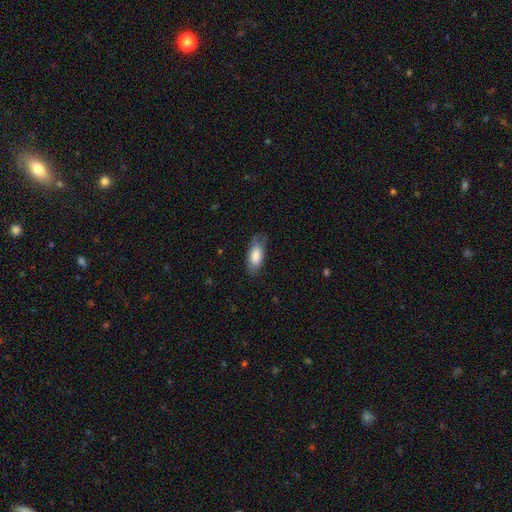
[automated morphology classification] Overall: smooth (82%). How rounded: in between (83%). Merging: none (74%).